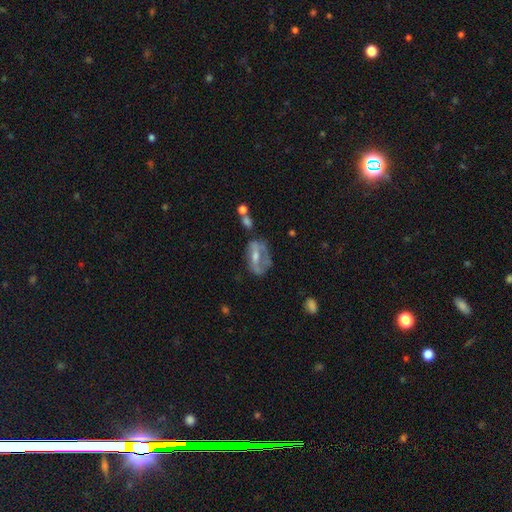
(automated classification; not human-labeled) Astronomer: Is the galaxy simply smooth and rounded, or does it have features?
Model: featured or disk — 66%.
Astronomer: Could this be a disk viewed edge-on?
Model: no — 90%.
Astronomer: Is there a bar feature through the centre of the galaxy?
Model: strong — 36% (runner-up: weak, 33%).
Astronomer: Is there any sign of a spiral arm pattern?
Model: no — 55% (runner-up: yes, 45%).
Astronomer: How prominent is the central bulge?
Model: moderate — 55% (runner-up: small, 35%).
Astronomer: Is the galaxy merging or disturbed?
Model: none — 49%.